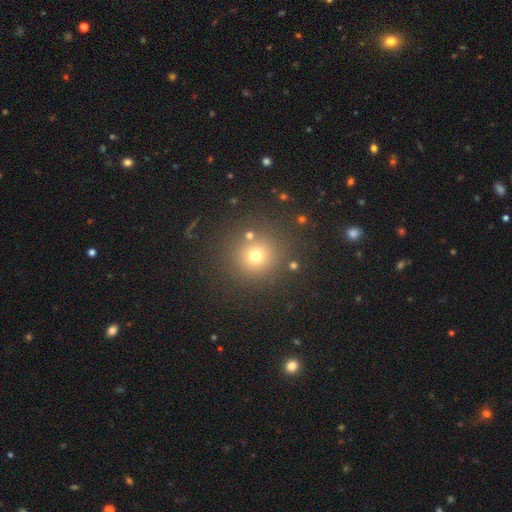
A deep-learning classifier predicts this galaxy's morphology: Smooth or featured? smooth (70%)
How rounded? round (93%)
Merging? none (84%)